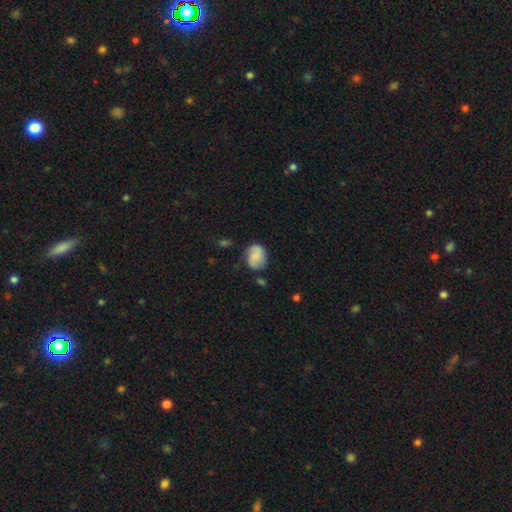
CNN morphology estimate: Smooth or featured: smooth — 51% (featured or disk — 41%)
How rounded: in between — 56% (round — 43%)
Merging: none — 67% (minor disturbance — 23%)